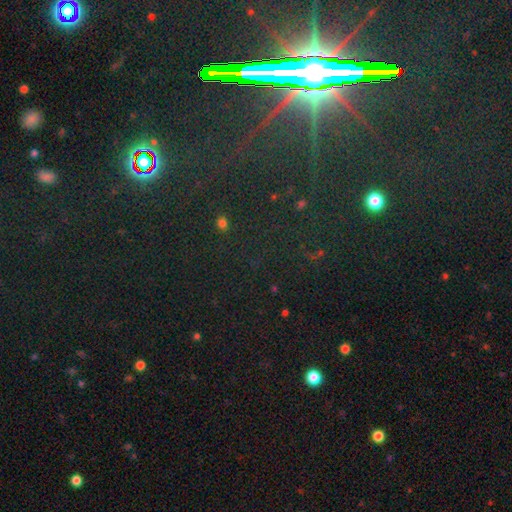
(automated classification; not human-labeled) Smooth or featured? star or artifact (77%)